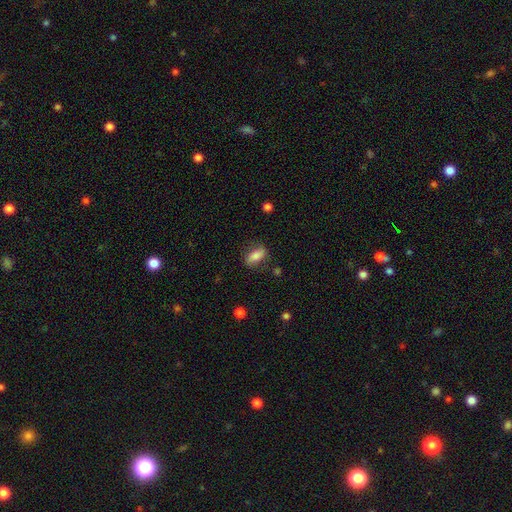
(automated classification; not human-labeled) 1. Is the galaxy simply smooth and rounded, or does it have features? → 73% smooth, 20% featured or disk, 7% star or artifact.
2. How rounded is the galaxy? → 78% in between, 17% cigar-shaped, 6% round.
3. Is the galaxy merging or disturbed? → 75% none, 17% minor disturbance, 6% major disturbance, 2% merger.